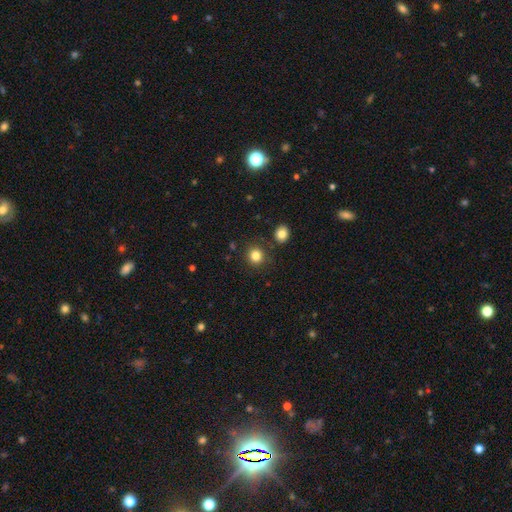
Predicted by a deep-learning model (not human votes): Smooth or featured? Predicted: smooth (p=0.84). How rounded? Predicted: round (p=0.89). Merging? Predicted: none (p=0.86).